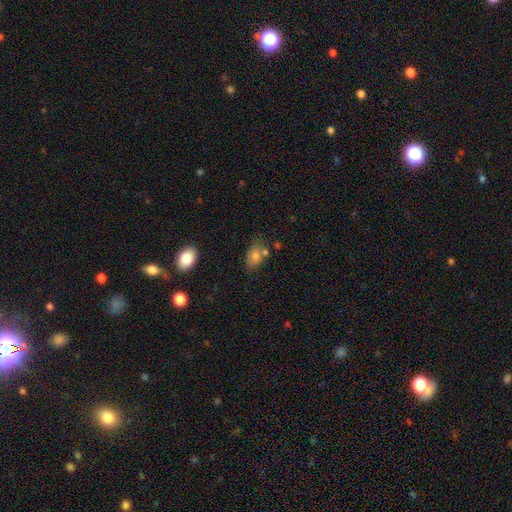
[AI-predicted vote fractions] Morphology: type=smooth (74%); roundness=in between (83%); merging=none (61%).